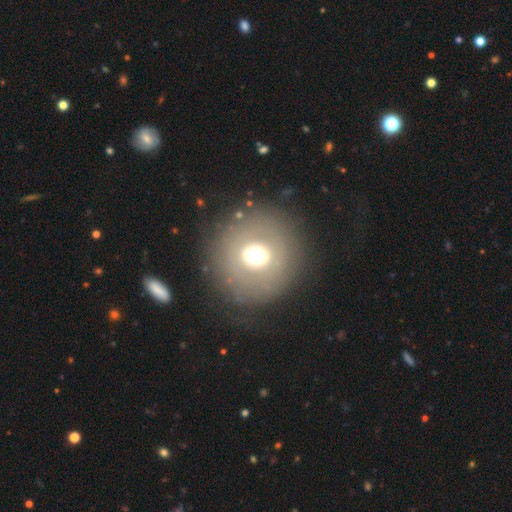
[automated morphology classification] type=smooth (56%); roundness=round (93%); merging=none (83%).